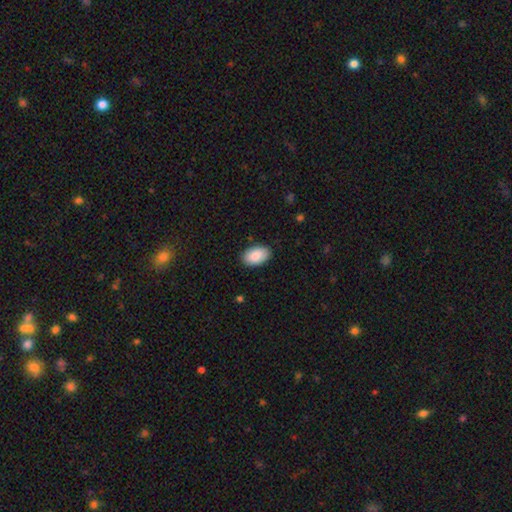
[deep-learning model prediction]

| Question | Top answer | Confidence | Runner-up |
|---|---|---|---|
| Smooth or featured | smooth | 90% | star or artifact (6%) |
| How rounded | in between | 94% | round (5%) |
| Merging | none | 87% | minor disturbance (10%) |